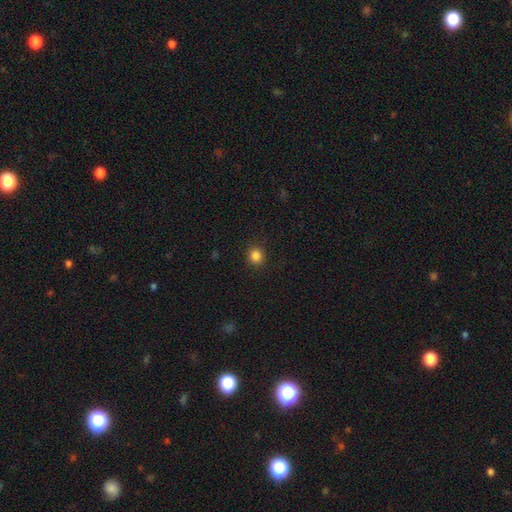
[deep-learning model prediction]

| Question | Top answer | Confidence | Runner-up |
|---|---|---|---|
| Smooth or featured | smooth | 85% | star or artifact (12%) |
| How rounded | round | 87% | in between (12%) |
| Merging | none | 90% | minor disturbance (6%) |